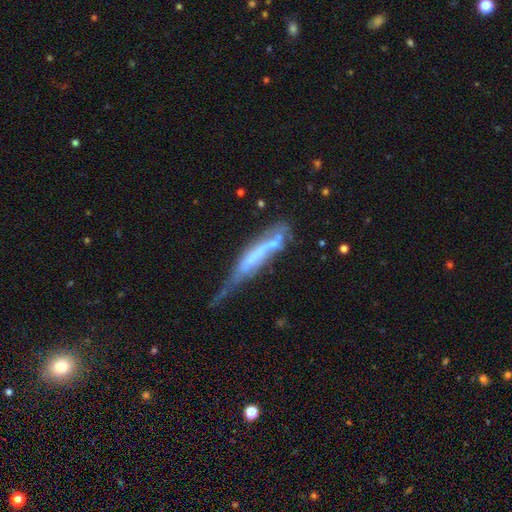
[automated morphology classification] A featured or disk galaxy (60%) viewed edge-on (66%).

Vote fractions:
- Smooth or featured? featured or disk: 60% / smooth: 31% / star or artifact: 8%
- Edge-on disk? yes: 66% / no: 34%
- Merging? major disturbance: 31% / minor disturbance: 29% / none: 25% / merger: 15%